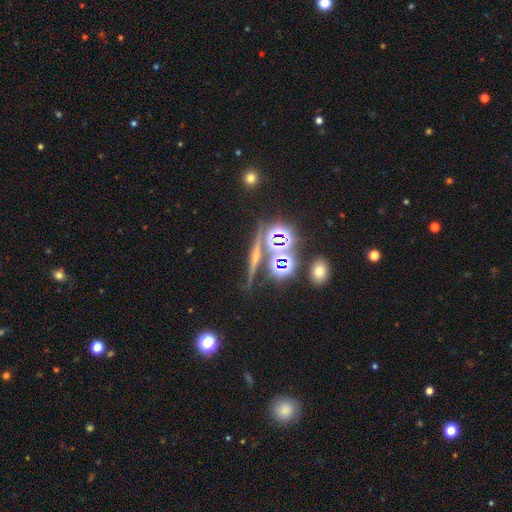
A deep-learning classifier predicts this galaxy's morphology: type=star or artifact (41%).